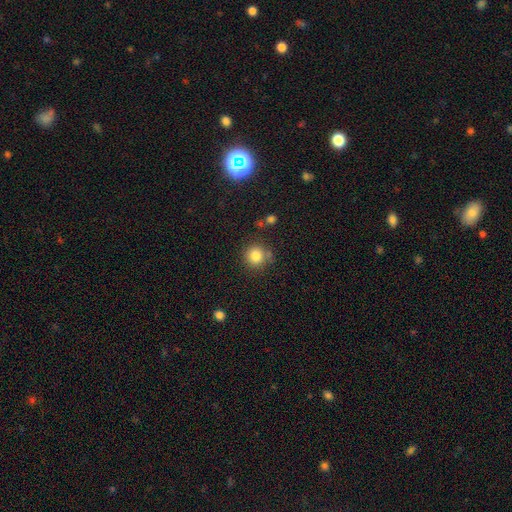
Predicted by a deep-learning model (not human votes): Smooth or featured? smooth (83%)
How rounded? round (92%)
Merging? none (76%)